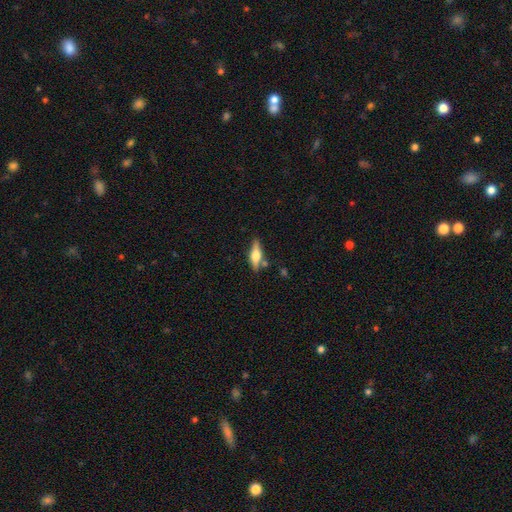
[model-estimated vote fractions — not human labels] Smooth or featured? Predicted: featured or disk (p=0.49). Merging? Predicted: none (p=0.74).